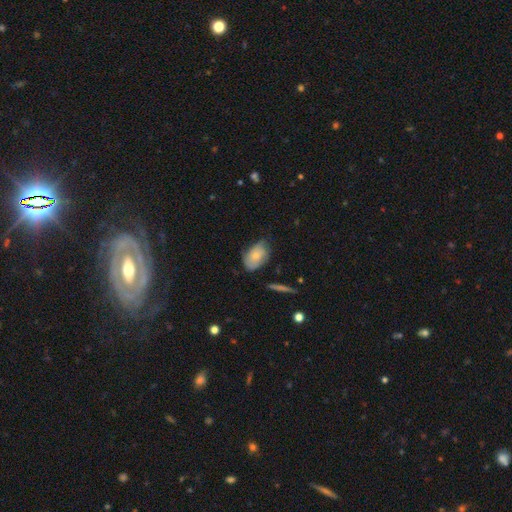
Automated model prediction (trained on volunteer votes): Smooth or featured: smooth — 69% (featured or disk — 24%)
How rounded: in between — 87% (round — 11%)
Merging: none — 50% (minor disturbance — 39%)